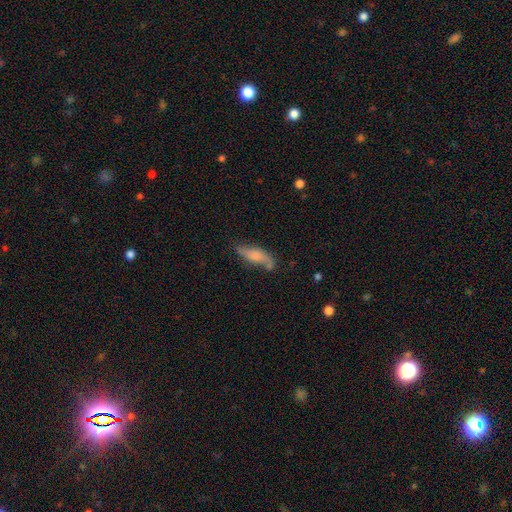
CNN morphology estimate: Q: Smooth or featured?
A: smooth (53%); runner-up: featured or disk (39%)
Q: How rounded?
A: in between (49%); runner-up: cigar-shaped (48%)
Q: Merging?
A: none (60%); runner-up: minor disturbance (26%)